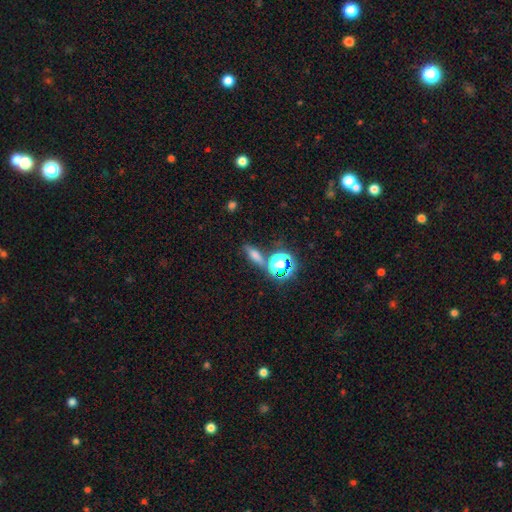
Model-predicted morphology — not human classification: The model was most divided on "how rounded": cigar-shaped: 42%, in between: 41%, round: 17%. More confident: merging — none (68%); smooth or featured — smooth (55%).